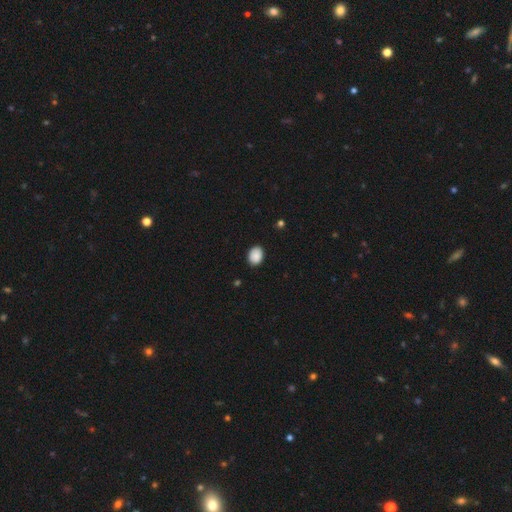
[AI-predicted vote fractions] Q: Smooth or featured?
A: smooth (89%); runner-up: star or artifact (8%)
Q: How rounded?
A: in between (70%); runner-up: round (29%)
Q: Merging?
A: none (85%); runner-up: minor disturbance (11%)